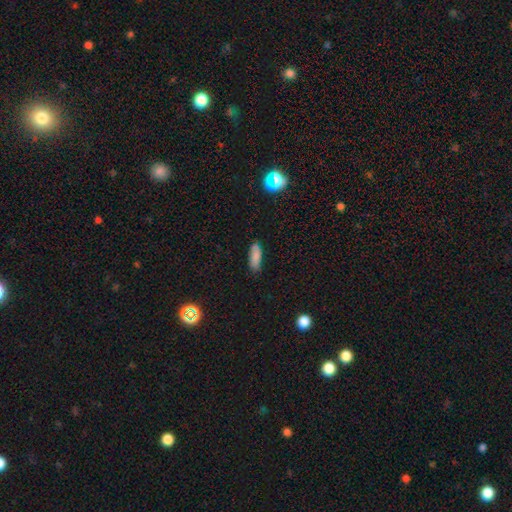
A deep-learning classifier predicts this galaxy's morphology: A smooth galaxy with no disk features (81%) that is in between round and cigar-shaped (63%).

Vote fractions:
- Smooth or featured? smooth: 81% / star or artifact: 9% / featured or disk: 9%
- How rounded? in between: 63% / cigar-shaped: 35% / round: 2%
- Merging? none: 79% / minor disturbance: 16% / major disturbance: 3% / merger: 2%